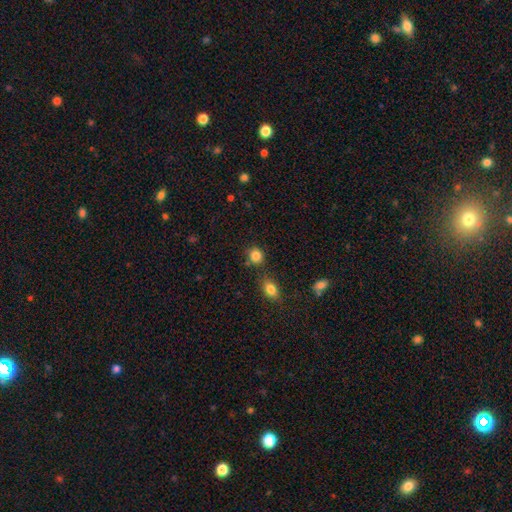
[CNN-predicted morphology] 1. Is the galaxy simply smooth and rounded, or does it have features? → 84% smooth, 11% star or artifact, 5% featured or disk.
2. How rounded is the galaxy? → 78% round, 21% in between, 1% cigar-shaped.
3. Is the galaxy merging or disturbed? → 73% none, 13% minor disturbance, 11% merger, 4% major disturbance.